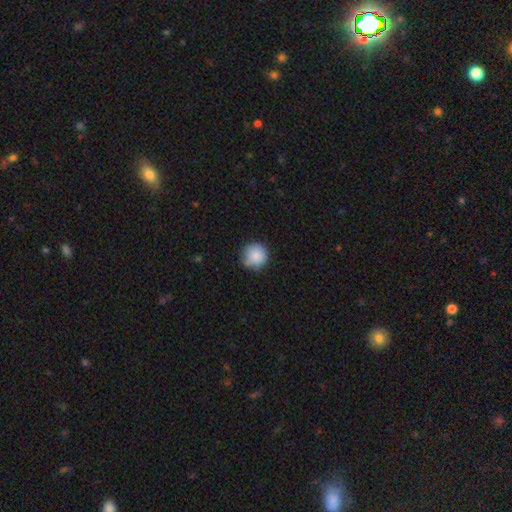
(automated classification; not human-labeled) Morphology: type=smooth (85%); roundness=round (94%); merging=none (74%).